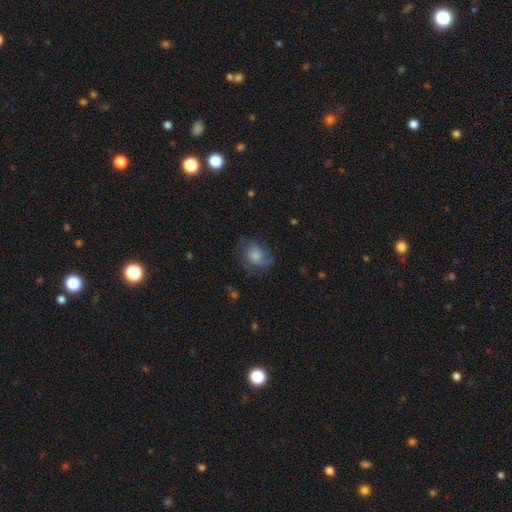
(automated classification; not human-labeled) This appears to be a smooth galaxy with no disk features (66%) that is in between round and cigar-shaped (50%). Merging: none (56%).